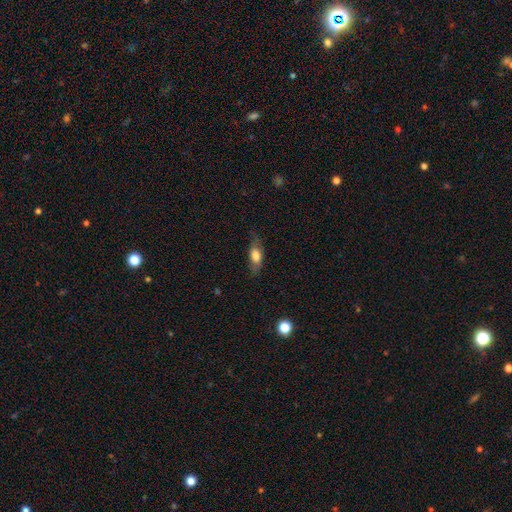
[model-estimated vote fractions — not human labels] The model was most divided on "smooth or featured": smooth: 67%, featured or disk: 26%, star or artifact: 8%. More confident: merging — none (69%); how rounded — in between (69%).